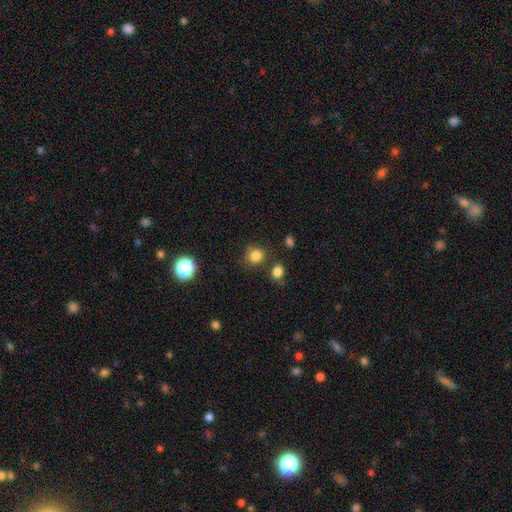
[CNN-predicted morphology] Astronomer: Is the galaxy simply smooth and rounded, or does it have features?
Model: smooth — 82%.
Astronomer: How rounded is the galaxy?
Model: round — 79%.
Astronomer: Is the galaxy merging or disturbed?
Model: none — 75%.